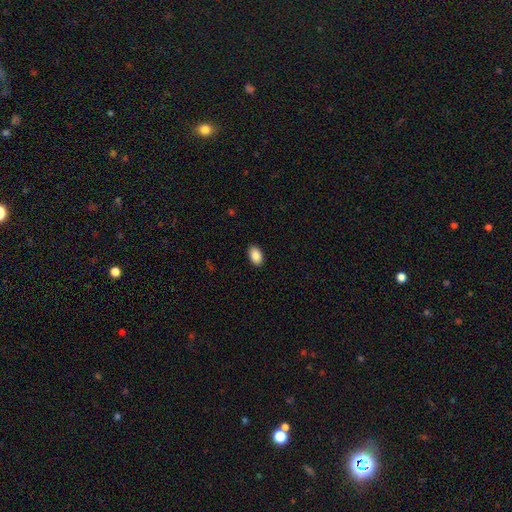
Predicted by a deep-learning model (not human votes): Morphology: type=smooth (89%); roundness=in between (90%); merging=none (90%).